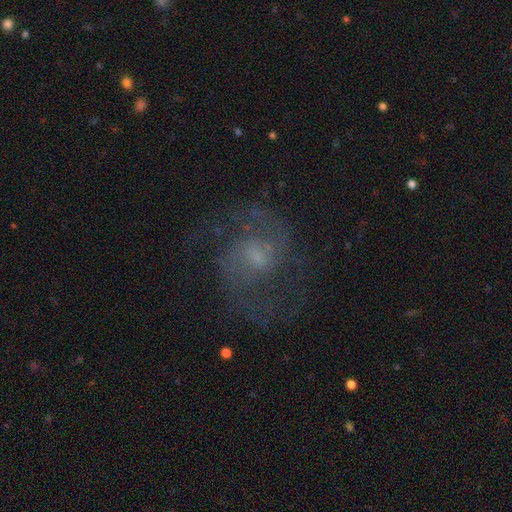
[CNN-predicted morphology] Overall: featured or disk (82%). Edge-on disk: no (98%). Bar: weak (49%; no 43%). Spiral arms: yes (95%). Spiral arm count: 2 (86%). Spiral winding: medium (58%; loose 22%). Bulge size: small (46%; moderate 34%). Merging: none (73%).